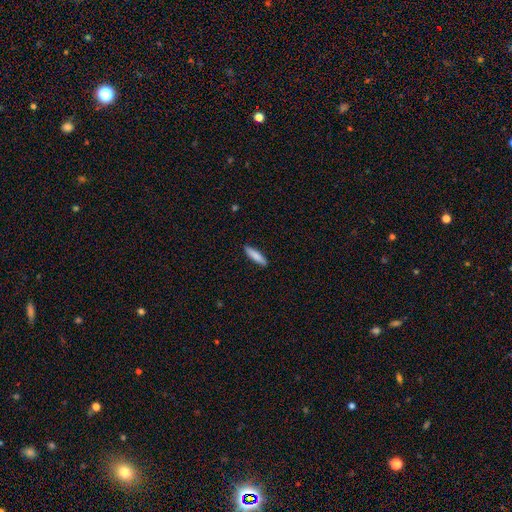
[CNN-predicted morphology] Smooth or featured? smooth (84%)
How rounded? cigar-shaped (77%)
Merging? none (90%)